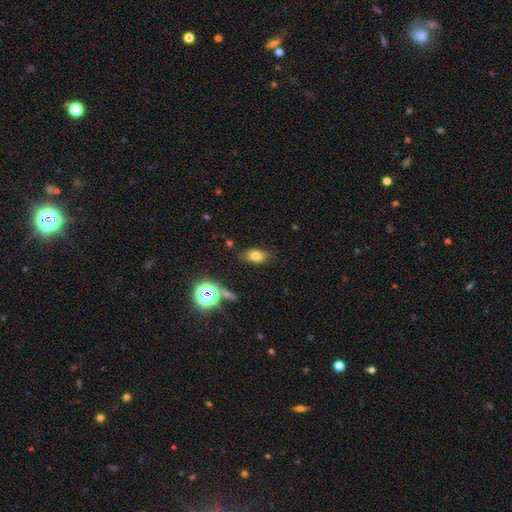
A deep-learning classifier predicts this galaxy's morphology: The model was most divided on "smooth or featured": smooth: 75%, star or artifact: 15%, featured or disk: 11%. More confident: how rounded — in between (84%); merging — none (81%).